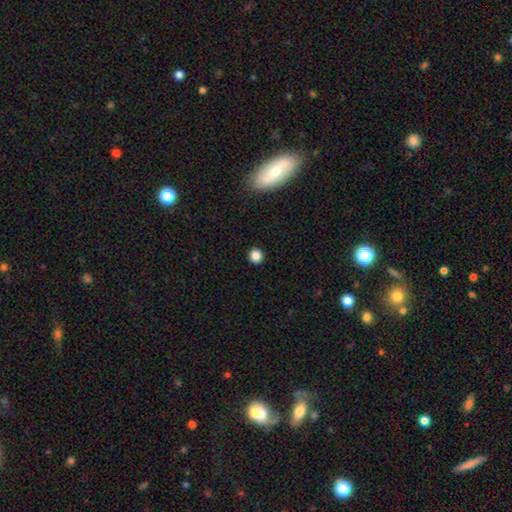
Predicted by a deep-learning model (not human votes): A smooth galaxy with no disk features (85%) that is round (93%). Merging: none (93%).